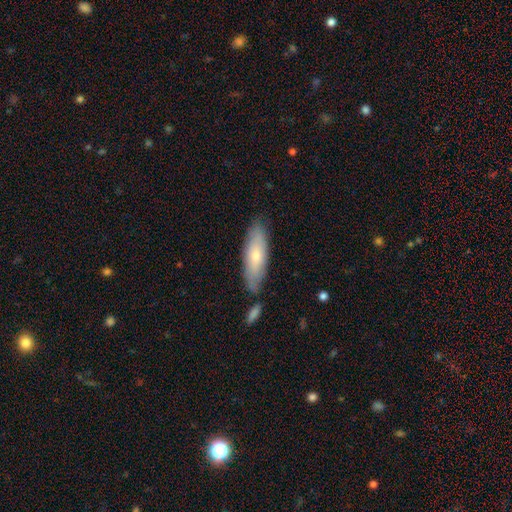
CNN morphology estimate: Smooth or featured? Predicted: smooth (p=0.65). How rounded? Predicted: in between (p=0.50). Merging? Predicted: none (p=0.74).